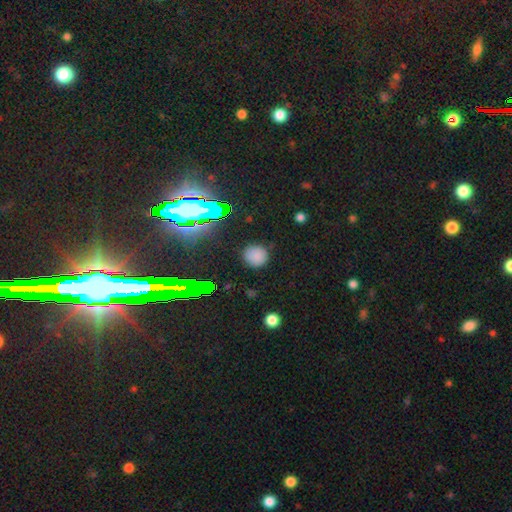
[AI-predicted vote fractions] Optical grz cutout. It shows a smooth galaxy with no disk features (78%) that is round (88%). Merging: none (86%).